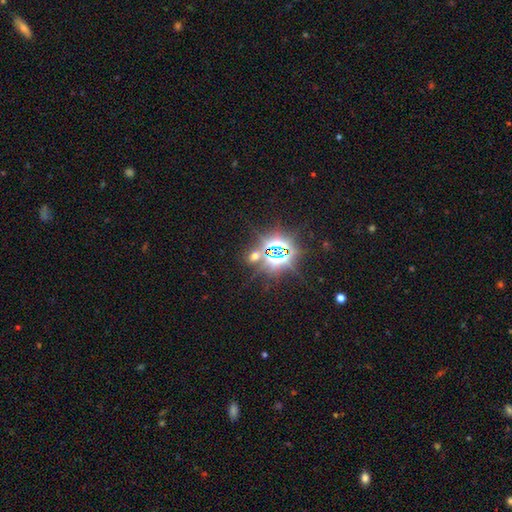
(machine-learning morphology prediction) Q: Smooth or featured?
A: star or artifact (71%); runner-up: smooth (22%)